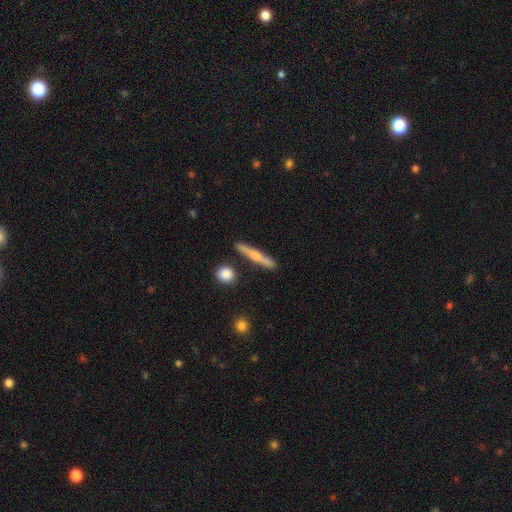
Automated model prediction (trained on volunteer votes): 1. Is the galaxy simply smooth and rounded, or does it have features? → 51% smooth, 42% featured or disk, 6% star or artifact.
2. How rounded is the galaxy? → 90% cigar-shaped, 7% in between, 3% round.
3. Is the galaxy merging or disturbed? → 85% none, 9% minor disturbance, 4% merger, 2% major disturbance.